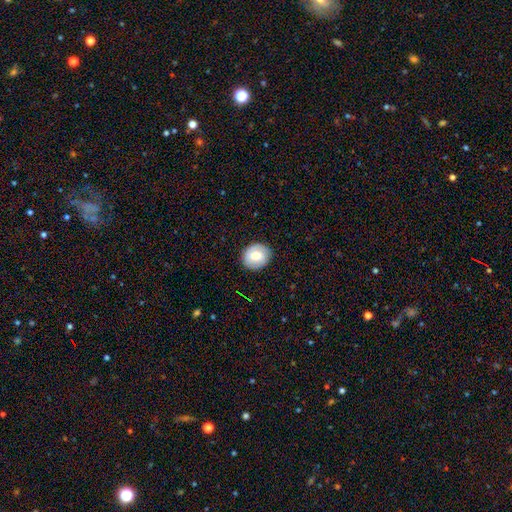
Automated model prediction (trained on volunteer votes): Smooth or featured: smooth — 66% (featured or disk — 27%)
How rounded: round — 71% (in between — 28%)
Merging: none — 87% (minor disturbance — 10%)